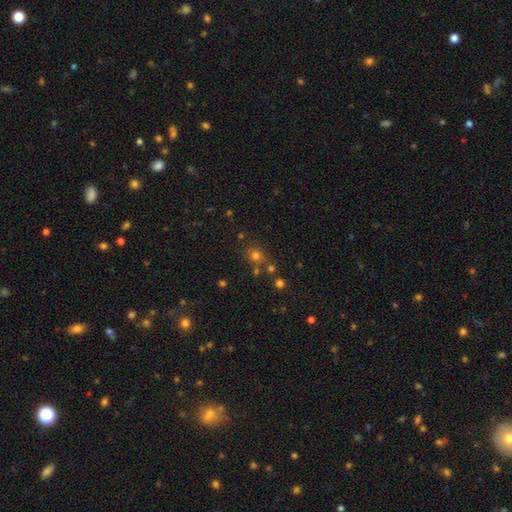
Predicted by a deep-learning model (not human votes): The model was most divided on "smooth or featured": smooth: 69%, star or artifact: 23%, featured or disk: 8%. More confident: how rounded — round (80%); merging — none (71%).